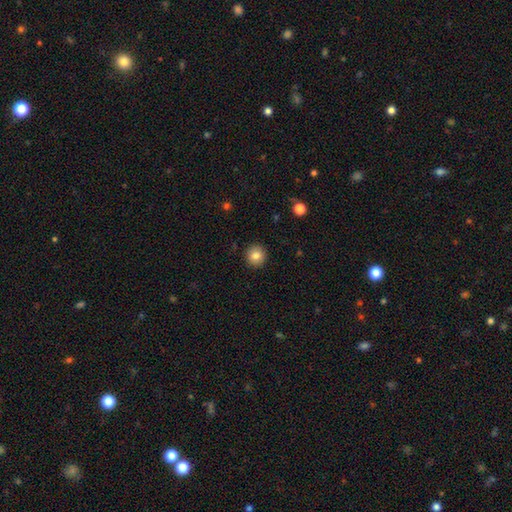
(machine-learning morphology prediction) Smooth or featured? smooth (82%)
How rounded? round (94%)
Merging? none (92%)